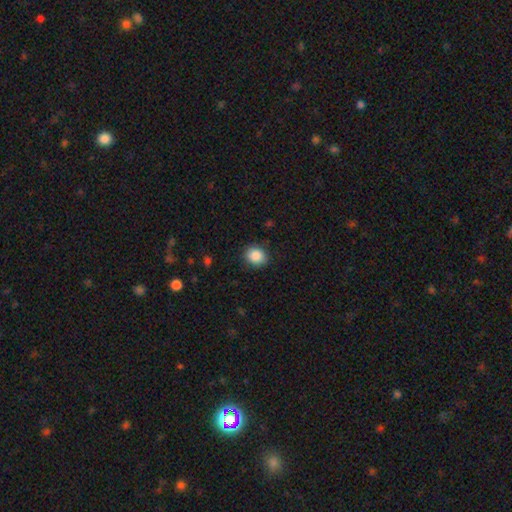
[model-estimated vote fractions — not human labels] Smooth or featured? smooth (87%)
How rounded? round (65%)
Merging? none (88%)